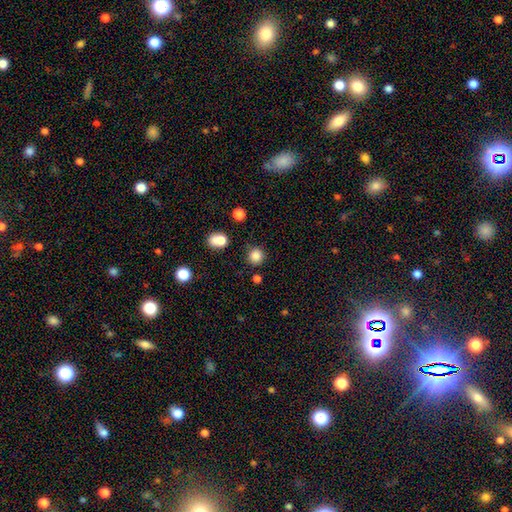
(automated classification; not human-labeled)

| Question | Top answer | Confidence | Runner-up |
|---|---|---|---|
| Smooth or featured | smooth | 84% | star or artifact (12%) |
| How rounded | round | 90% | in between (9%) |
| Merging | none | 84% | minor disturbance (9%) |